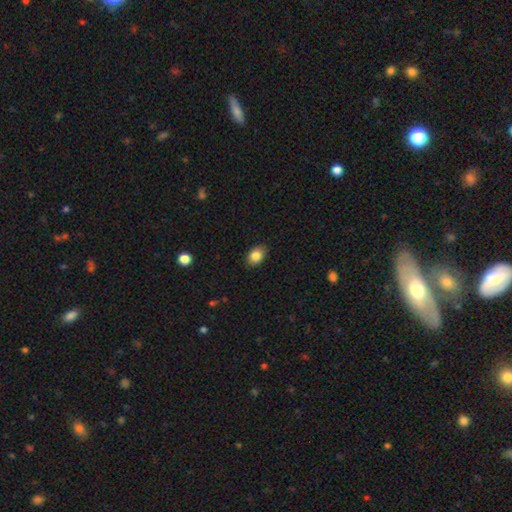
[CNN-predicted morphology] Smooth or featured: smooth — 85% (star or artifact — 8%)
How rounded: in between — 76% (round — 23%)
Merging: none — 85% (minor disturbance — 11%)